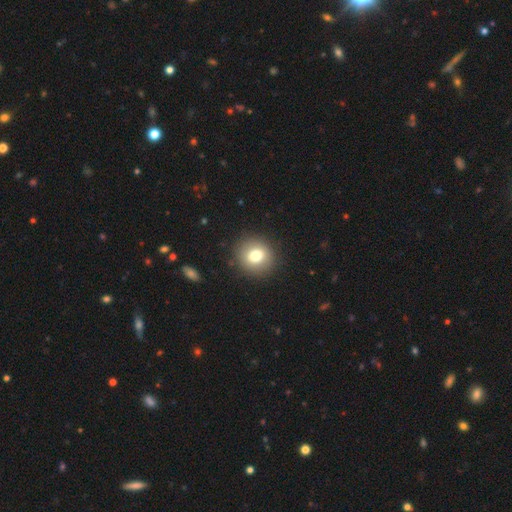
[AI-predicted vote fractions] A smooth galaxy with no disk features (75%) that is round (89%). Merging: none (90%).